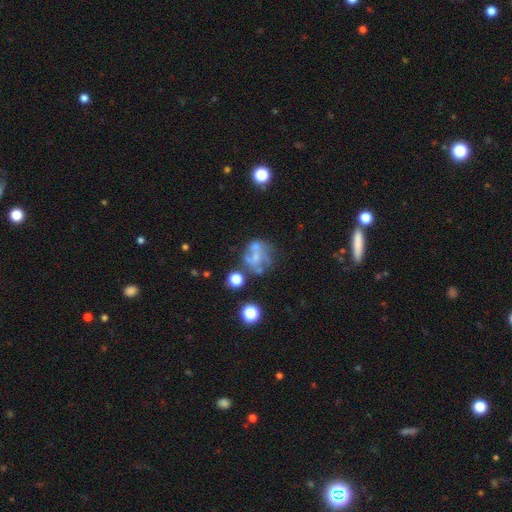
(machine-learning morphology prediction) Q: Smooth or featured?
A: featured or disk (54%); runner-up: smooth (30%)
Q: Edge-on disk?
A: no (98%); runner-up: yes (2%)
Q: Bar?
A: no (80%); runner-up: weak (16%)
Q: Spiral arms?
A: no (71%); runner-up: yes (29%)
Q: Bulge size?
A: none (41%); runner-up: small (33%)
Q: Merging?
A: none (39%); runner-up: major disturbance (22%)